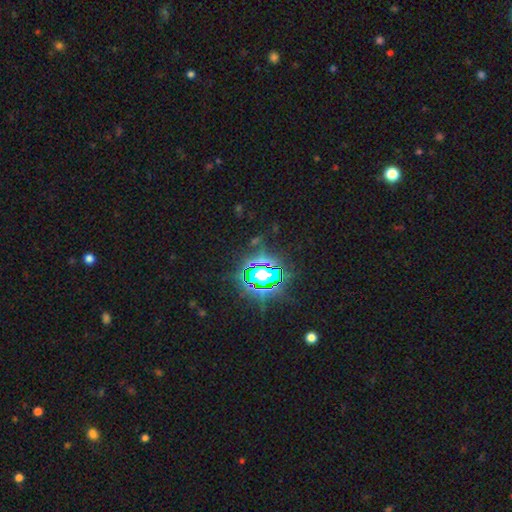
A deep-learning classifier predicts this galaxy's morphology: Smooth or featured? star or artifact (85%)